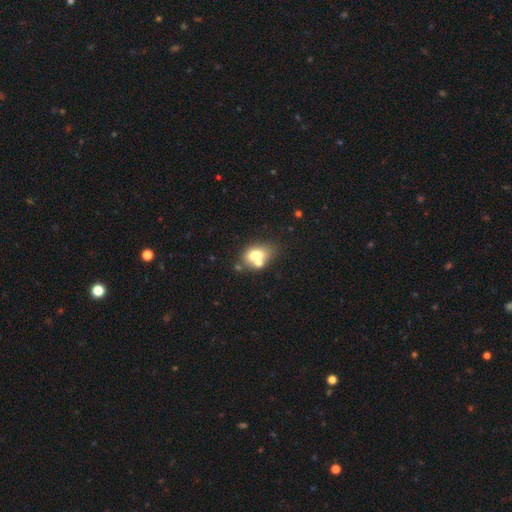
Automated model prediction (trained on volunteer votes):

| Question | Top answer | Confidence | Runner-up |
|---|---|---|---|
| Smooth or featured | smooth | 68% | featured or disk (21%) |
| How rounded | in between | 67% | round (32%) |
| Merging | none | 42% | merger (40%) |